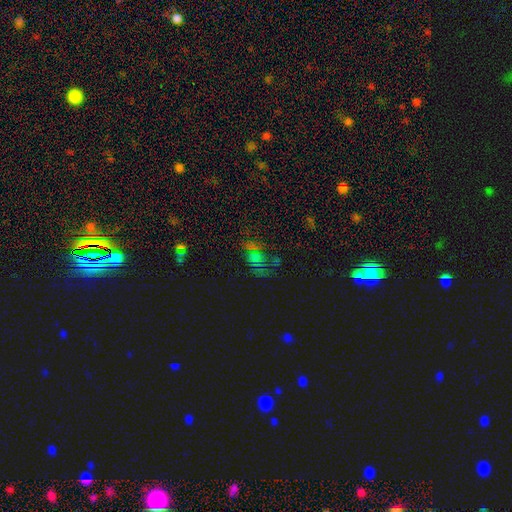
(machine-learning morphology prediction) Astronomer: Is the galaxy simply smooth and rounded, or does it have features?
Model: star or artifact — 48% (runner-up: smooth, 37%).